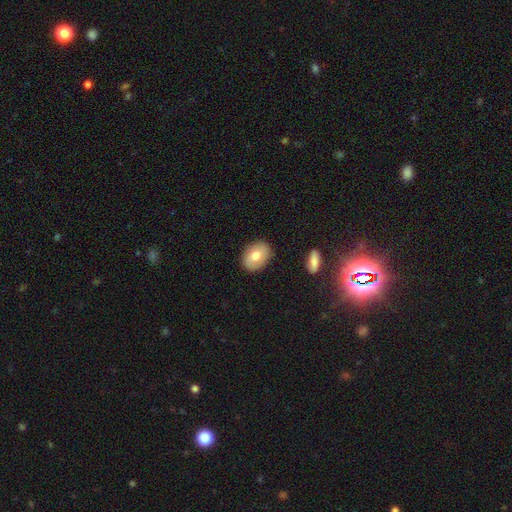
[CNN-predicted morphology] Smooth or featured? smooth (73%)
How rounded? in between (74%)
Merging? none (86%)